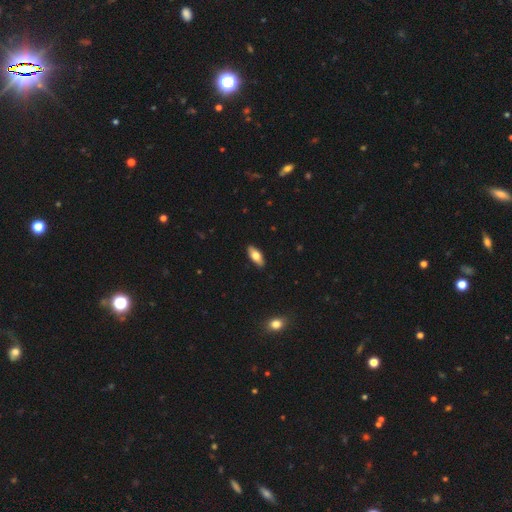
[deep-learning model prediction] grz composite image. It shows a smooth galaxy with no disk features (69%) that is in between round and cigar-shaped (81%). Merging: none (90%).